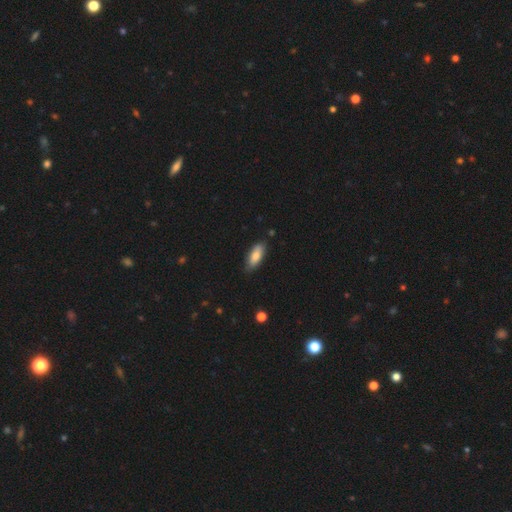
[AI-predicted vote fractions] Q: Smooth or featured?
A: smooth (81%); runner-up: featured or disk (13%)
Q: How rounded?
A: in between (76%); runner-up: cigar-shaped (23%)
Q: Merging?
A: none (81%); runner-up: minor disturbance (15%)